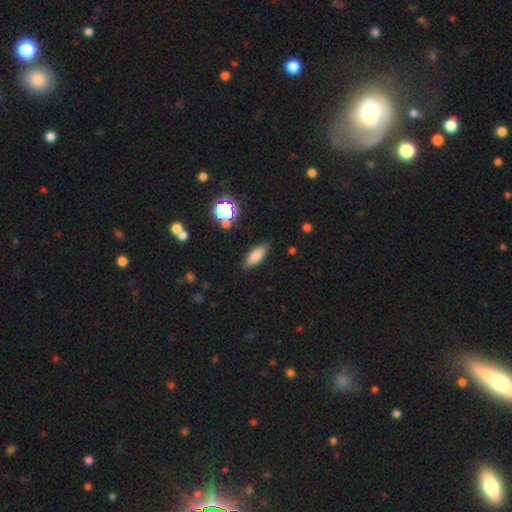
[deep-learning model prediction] Smooth or featured? Predicted: smooth (p=0.81). How rounded? Predicted: in between (p=0.73). Merging? Predicted: none (p=0.85).